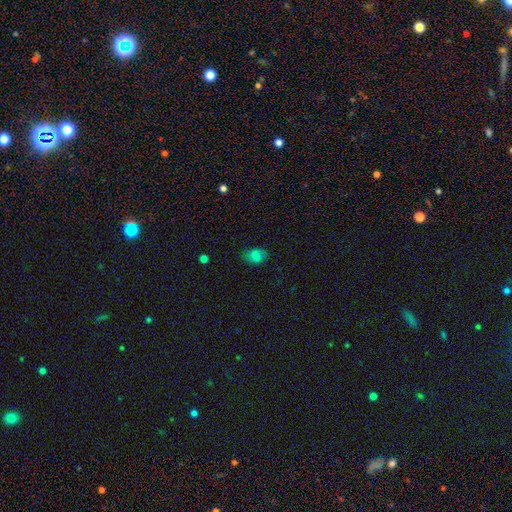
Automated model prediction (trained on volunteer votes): Morphology: type=smooth (75%); roundness=in between (69%); merging=none (70%).